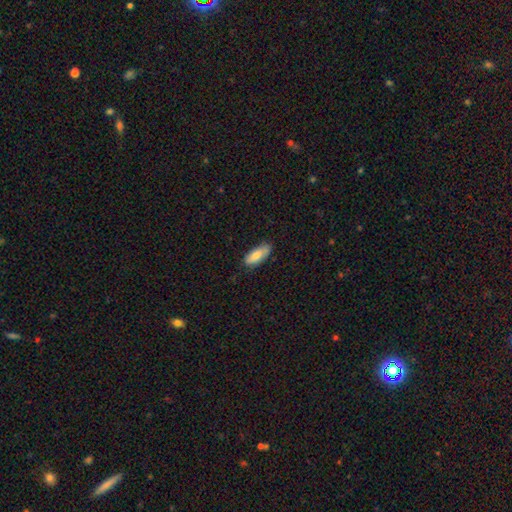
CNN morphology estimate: Smooth or featured?
  - smooth: 80% *
  - featured or disk: 14%
  - star or artifact: 6%
How rounded?
  - in between: 74% *
  - cigar-shaped: 25%
  - round: 2%
Merging?
  - none: 72% *
  - minor disturbance: 23%
  - major disturbance: 4%
  - merger: 2%